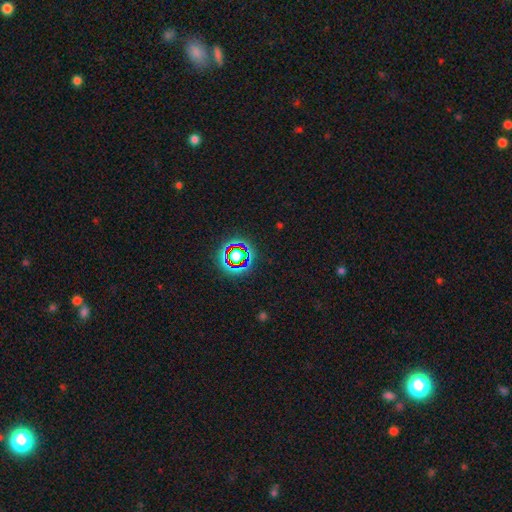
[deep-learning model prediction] This appears to be a star or artifact, not a galaxy (63%).